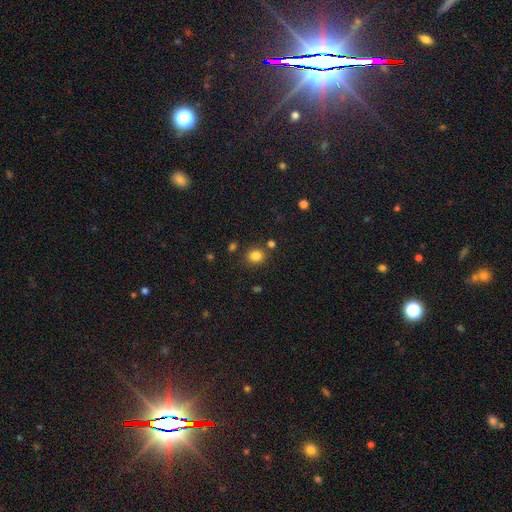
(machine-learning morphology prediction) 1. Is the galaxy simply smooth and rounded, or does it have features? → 83% smooth, 12% star or artifact, 5% featured or disk.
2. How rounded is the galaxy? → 68% round, 31% in between, 1% cigar-shaped.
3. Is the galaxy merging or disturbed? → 81% none, 10% minor disturbance, 6% merger, 3% major disturbance.